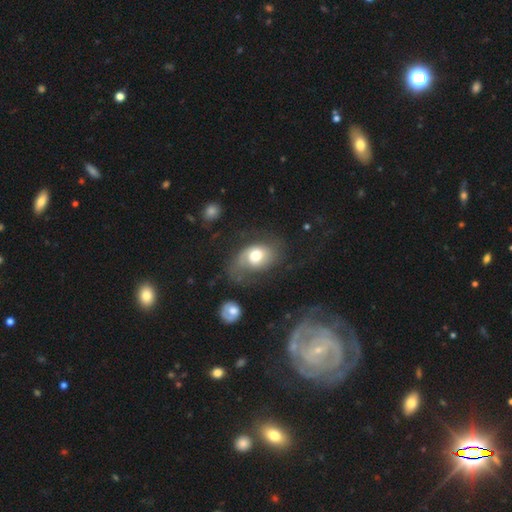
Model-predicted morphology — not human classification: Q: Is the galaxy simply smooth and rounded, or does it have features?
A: smooth — 51%.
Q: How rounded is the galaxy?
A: in between — 66%.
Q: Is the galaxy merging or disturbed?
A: none — 38%.